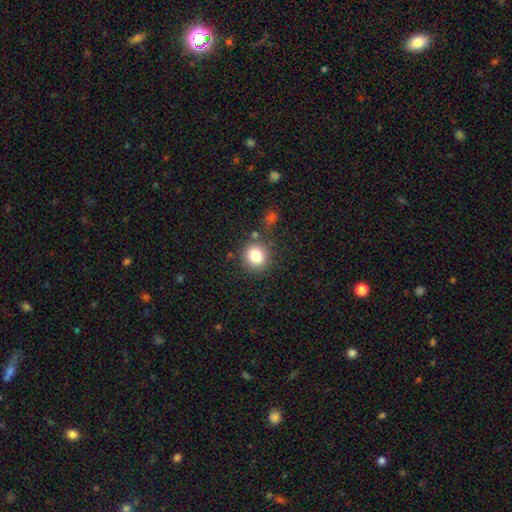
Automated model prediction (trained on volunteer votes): Morphology: type=smooth (80%); roundness=round (87%); merging=none (82%).